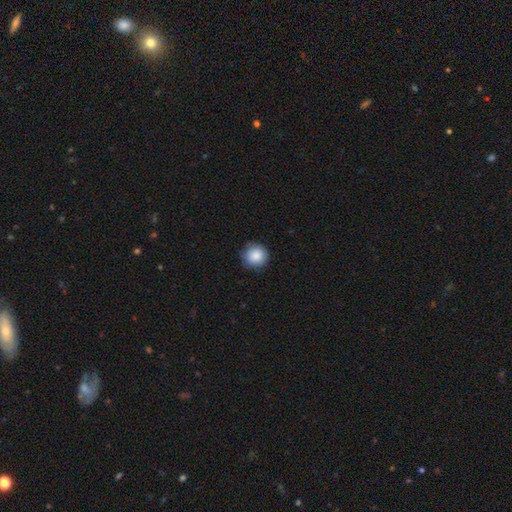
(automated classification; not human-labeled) Q: Smooth or featured?
A: smooth (87%); runner-up: star or artifact (8%)
Q: How rounded?
A: round (92%); runner-up: in between (7%)
Q: Merging?
A: none (86%); runner-up: minor disturbance (11%)